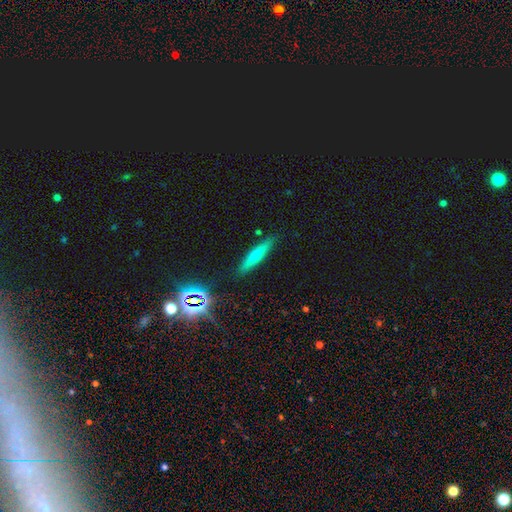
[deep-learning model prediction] smooth 55%, featured or disk 34%, star or artifact 11%. Down the decision tree: how rounded — cigar-shaped (87%); merging — none (87%).